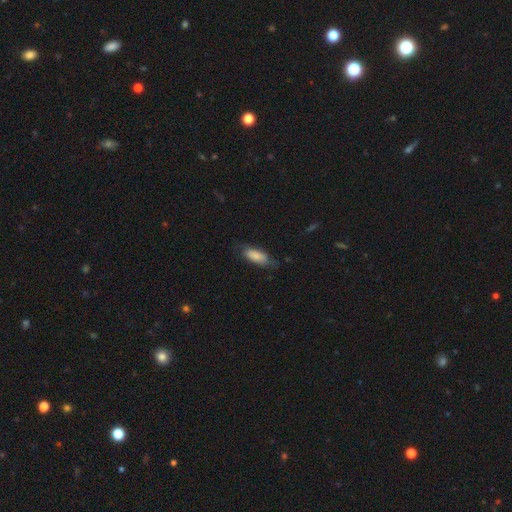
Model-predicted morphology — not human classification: smooth-or-featured: smooth: 83% | featured or disk: 10% | star or artifact: 6%
  how-rounded: in between: 74% | cigar-shaped: 24% | round: 2%
  merging: none: 66% | minor disturbance: 26% | major disturbance: 7% | merger: 1%